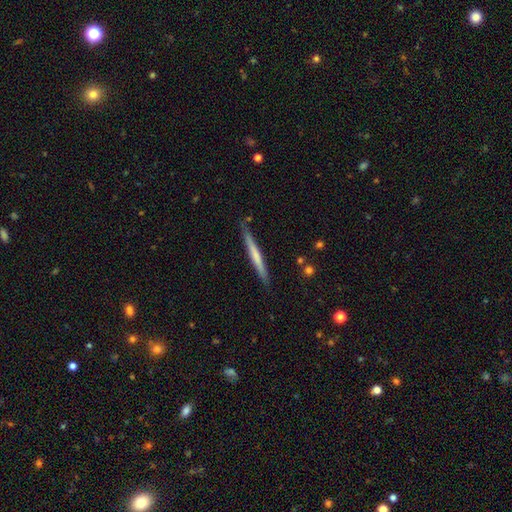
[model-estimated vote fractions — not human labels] This appears to be a smooth galaxy with no disk features (50%). Merging: none (86%).